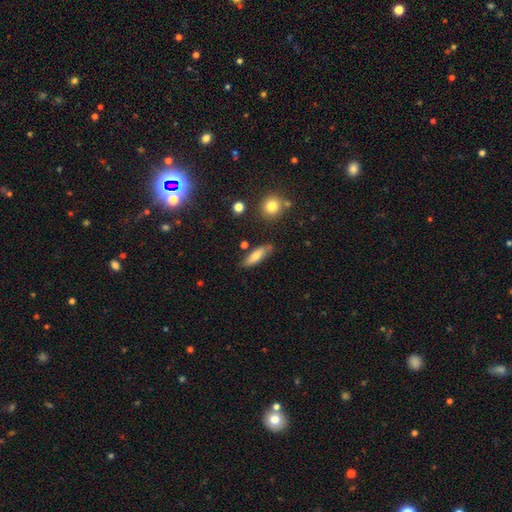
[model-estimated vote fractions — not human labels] smooth_or_featured: smooth (p=0.70) [alt: featured or disk p=0.22]
how_rounded: in between (p=0.52) [alt: cigar-shaped p=0.45]
merging: none (p=0.73) [alt: minor disturbance p=0.18]